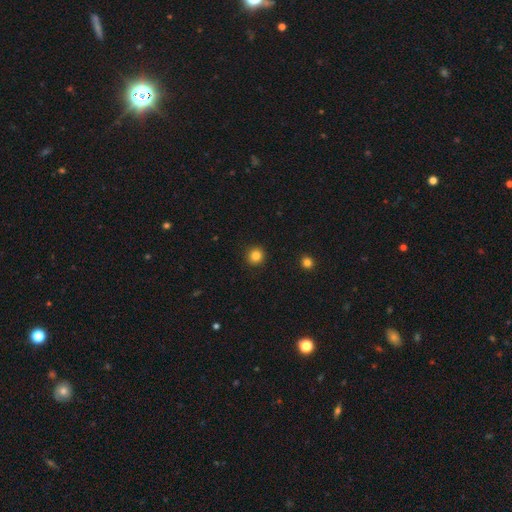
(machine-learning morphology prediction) Q: Smooth or featured?
A: smooth (84%); runner-up: star or artifact (12%)
Q: How rounded?
A: round (91%); runner-up: in between (8%)
Q: Merging?
A: none (92%); runner-up: minor disturbance (5%)